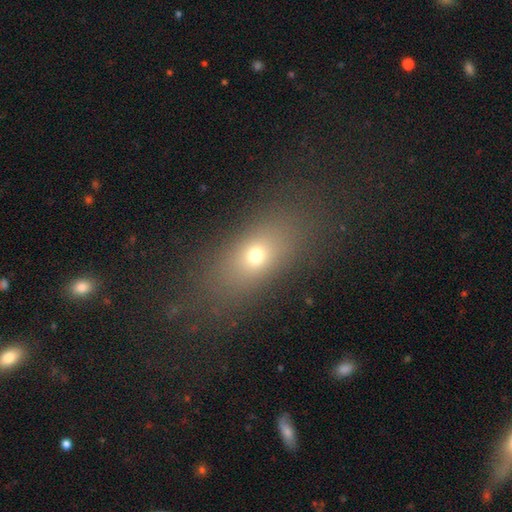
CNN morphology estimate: The model was most divided on "smooth or featured": smooth: 67%, star or artifact: 17%, featured or disk: 16%. More confident: merging — none (79%); how rounded — in between (73%).